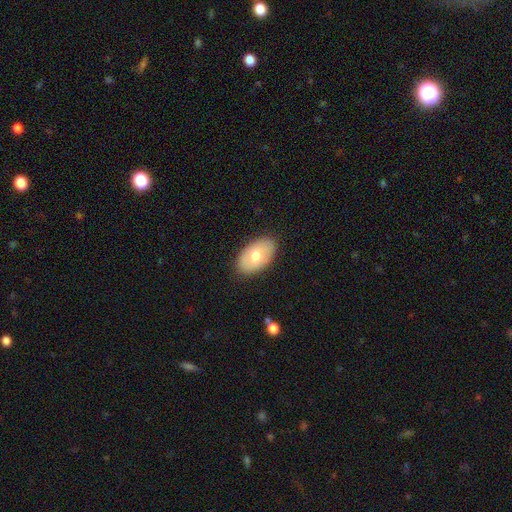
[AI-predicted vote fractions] Smooth or featured? Predicted: smooth (p=0.66). How rounded? Predicted: in between (p=0.93). Merging? Predicted: none (p=0.86).